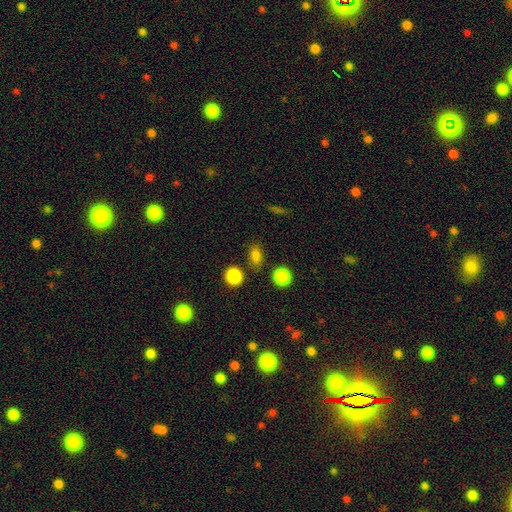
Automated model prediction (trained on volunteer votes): Morphology: type=smooth (81%); roundness=in between (63%); merging=none (81%).